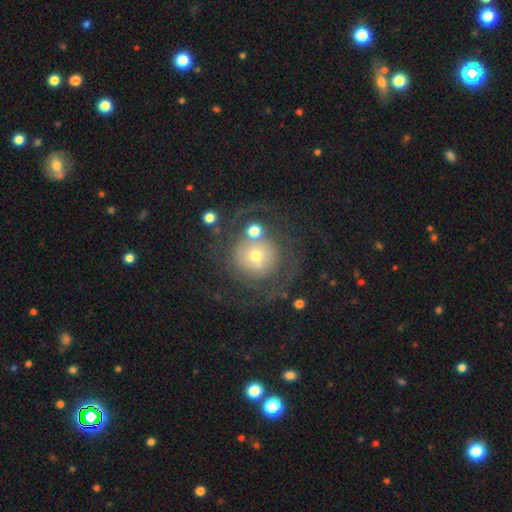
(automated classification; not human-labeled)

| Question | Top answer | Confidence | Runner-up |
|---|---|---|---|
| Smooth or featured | featured or disk | 51% | smooth (38%) |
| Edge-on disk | no | 97% | yes (3%) |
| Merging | none | 58% | major disturbance (19%) |